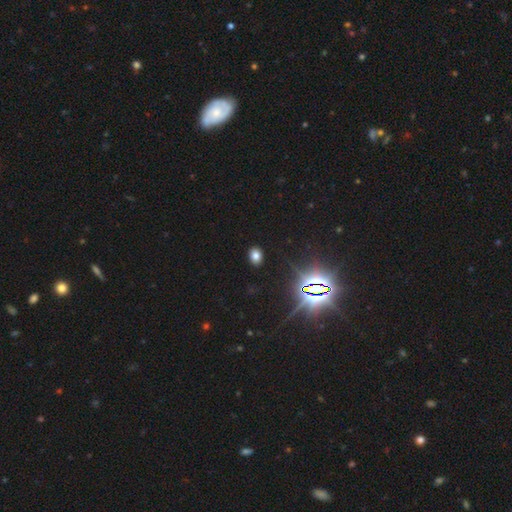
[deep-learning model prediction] A smooth galaxy with no disk features (70%) that is in between round and cigar-shaped (71%). Merging: none (89%).